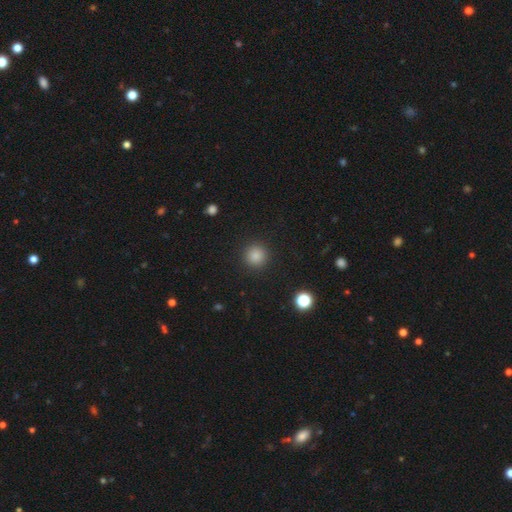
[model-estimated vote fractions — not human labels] This appears to be a smooth galaxy with no disk features (84%) that is round (94%). Merging: none (91%).